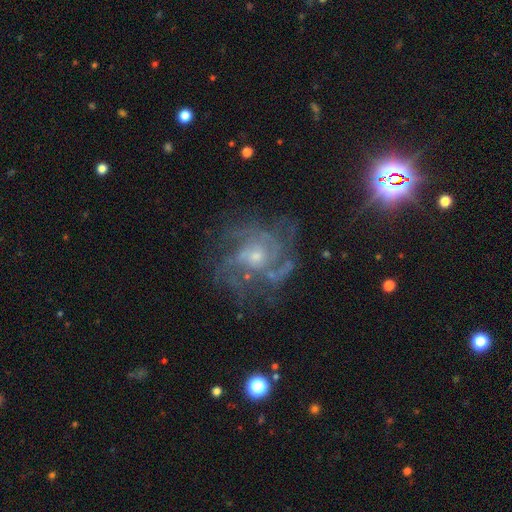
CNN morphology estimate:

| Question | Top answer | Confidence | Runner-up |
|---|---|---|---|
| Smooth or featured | featured or disk | 83% | star or artifact (9%) |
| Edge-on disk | no | 98% | yes (2%) |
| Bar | no | 74% | weak (22%) |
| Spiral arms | yes | 91% | no (9%) |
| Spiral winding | tight | 45% | medium (42%) |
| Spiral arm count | can't tell | 31% | 4 (22%) |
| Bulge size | small | 58% | moderate (35%) |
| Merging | none | 64% | minor disturbance (17%) |